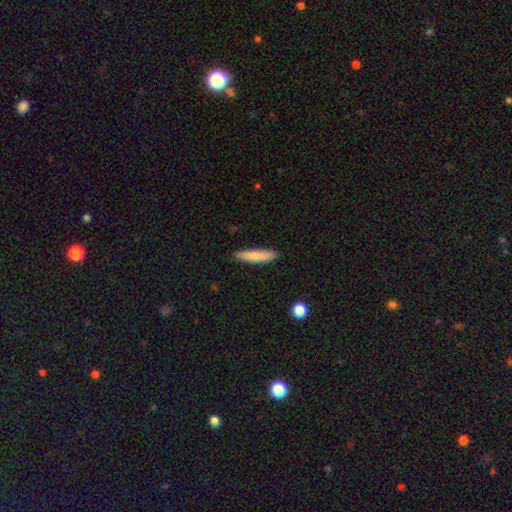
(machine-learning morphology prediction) Smooth or featured: smooth — 83% (featured or disk — 12%)
How rounded: cigar-shaped — 84% (in between — 14%)
Merging: none — 88% (minor disturbance — 9%)